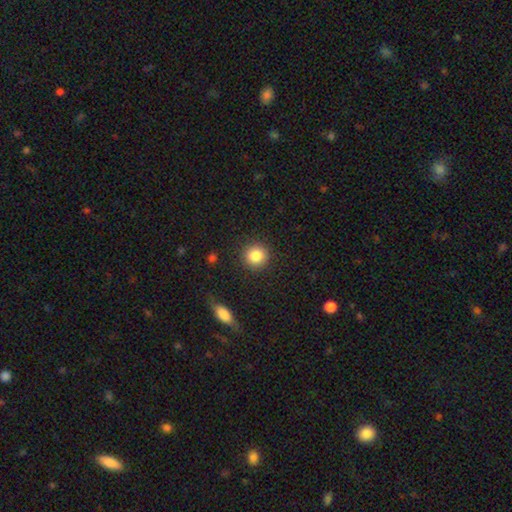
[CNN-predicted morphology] This is clearly a smooth galaxy (85%). How rounded: clearly round (92%). Merging: clearly none (90%).